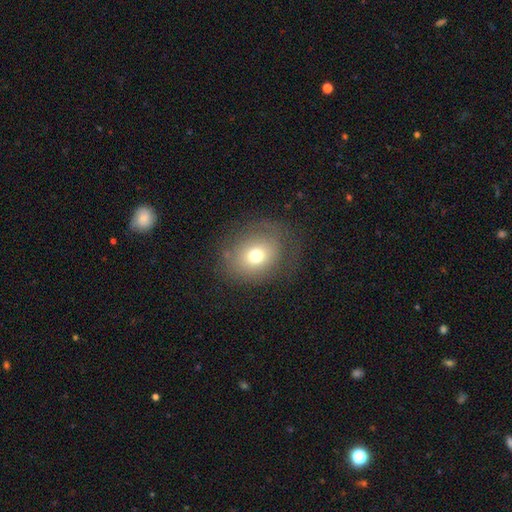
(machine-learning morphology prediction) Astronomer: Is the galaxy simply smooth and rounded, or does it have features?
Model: smooth — 70%.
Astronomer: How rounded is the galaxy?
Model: round — 63%.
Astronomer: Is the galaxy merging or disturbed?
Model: none — 68%.